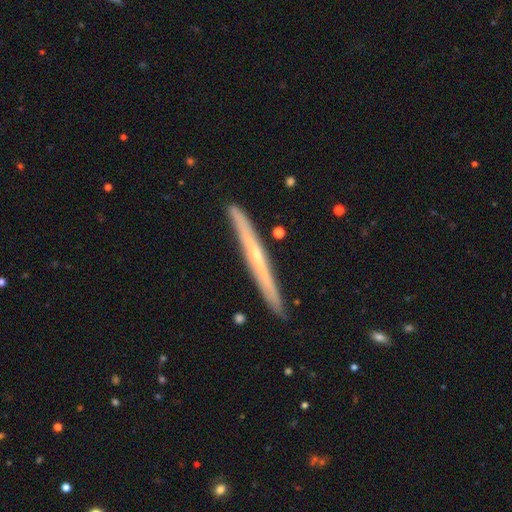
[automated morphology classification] featured or disk 66%, smooth 28%, star or artifact 6%. Down the decision tree: edge-on disk — yes (96%); edge-on bulge — none (58%); merging — none (89%).